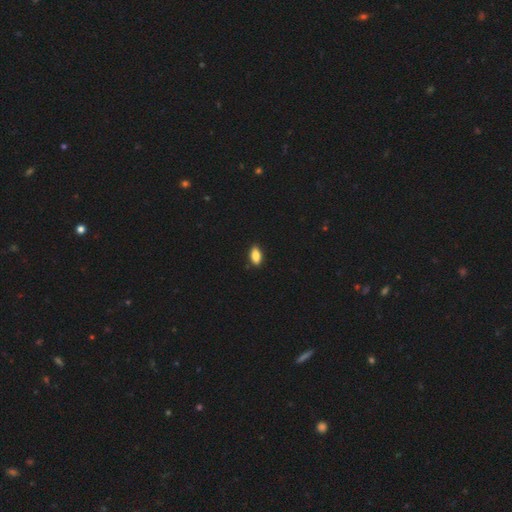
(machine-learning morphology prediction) The model was most divided on "smooth or featured": smooth: 86%, star or artifact: 7%, featured or disk: 7%. More confident: how rounded — in between (89%); merging — none (89%).